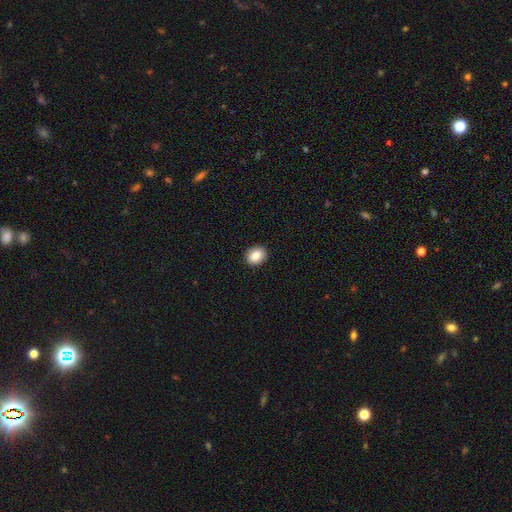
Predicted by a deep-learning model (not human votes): Smooth or featured?
  - smooth: 85% *
  - star or artifact: 8%
  - featured or disk: 7%
How rounded?
  - round: 58% *
  - in between: 41%
  - cigar-shaped: 1%
Merging?
  - none: 92% *
  - minor disturbance: 6%
  - major disturbance: 2%
  - merger: 1%